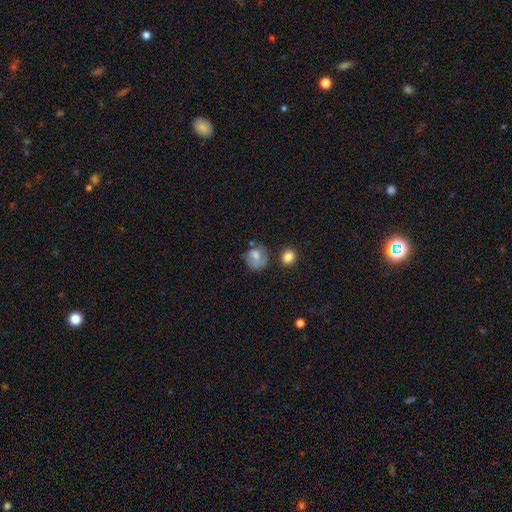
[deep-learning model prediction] Overall: smooth (52%; featured or disk 37%). How rounded: round (69%; in between 30%). Merging: none (53%; minor disturbance 24%).